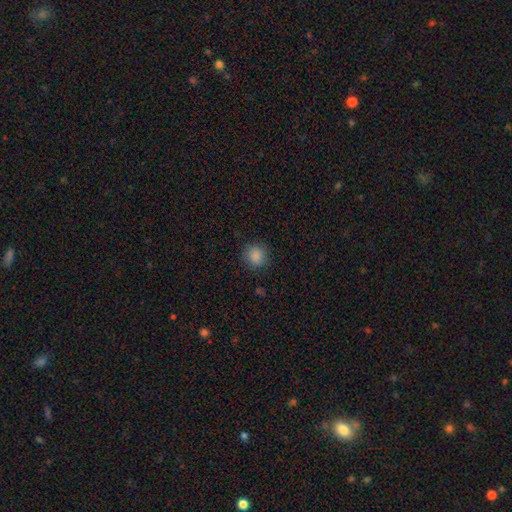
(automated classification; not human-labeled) Smooth or featured? smooth (87%)
How rounded? round (90%)
Merging? none (88%)